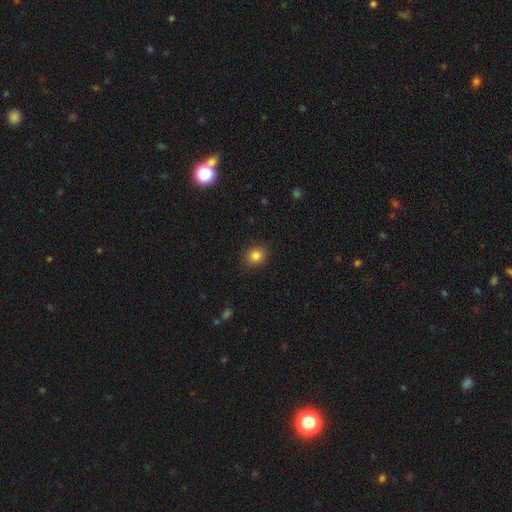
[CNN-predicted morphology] smooth-or-featured: smooth: 84% | star or artifact: 11% | featured or disk: 5%
  how-rounded: round: 76% | in between: 23% | cigar-shaped: 1%
  merging: none: 90% | minor disturbance: 7% | major disturbance: 2% | merger: 1%